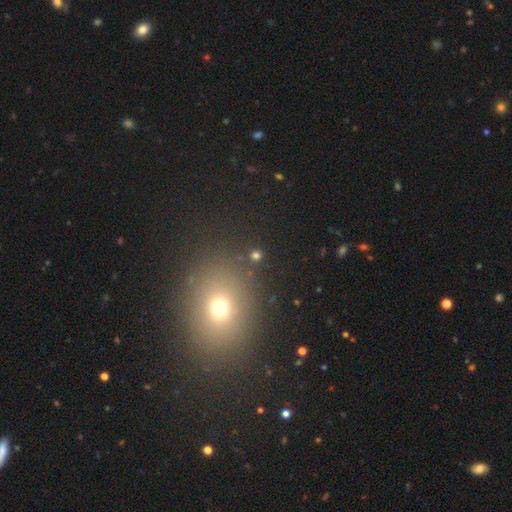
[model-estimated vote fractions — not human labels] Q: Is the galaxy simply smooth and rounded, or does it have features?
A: smooth — 66%.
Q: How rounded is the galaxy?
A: round — 86%.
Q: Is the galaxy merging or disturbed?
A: none — 83%.